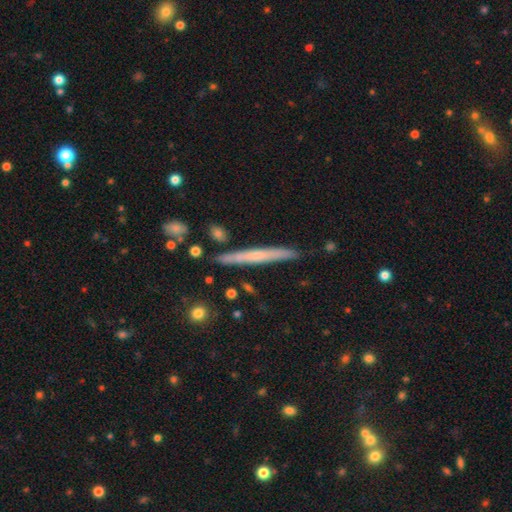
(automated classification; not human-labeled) smooth_or_featured: featured or disk (p=0.49) [alt: smooth p=0.44]
merging: none (p=0.86) [alt: minor disturbance p=0.10]